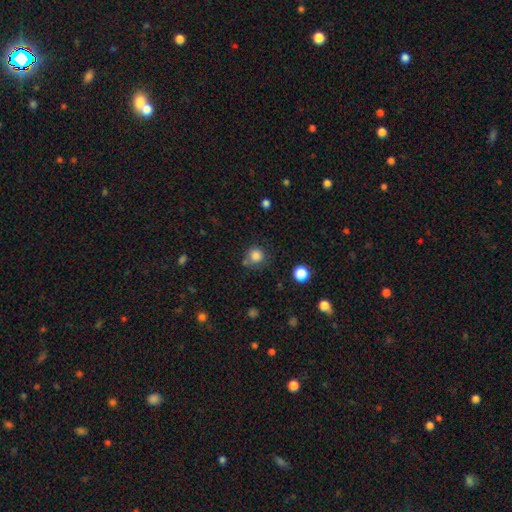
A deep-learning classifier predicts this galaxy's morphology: smooth 83%, star or artifact 12%, featured or disk 5%. Down the decision tree: how rounded — round (92%); merging — none (72%).